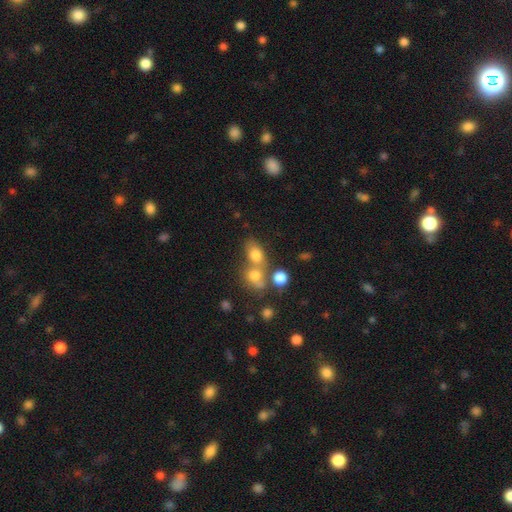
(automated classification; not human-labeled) A smooth galaxy with no disk features (69%) that is in between round and cigar-shaped (53%).

Vote fractions:
- Smooth or featured? smooth: 69% / star or artifact: 18% / featured or disk: 13%
- How rounded? in between: 53% / round: 45% / cigar-shaped: 2%
- Merging? merger: 45% / none: 40% / minor disturbance: 10% / major disturbance: 5%